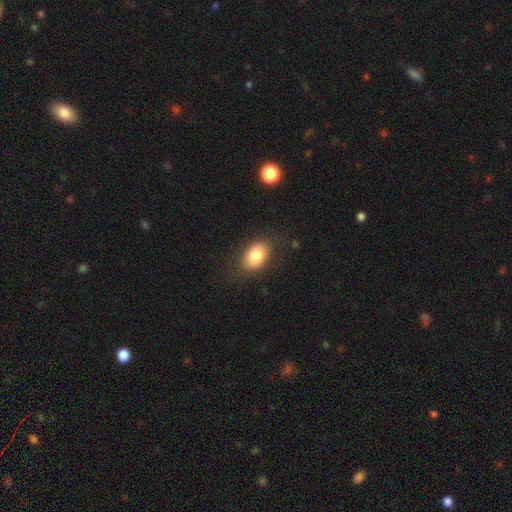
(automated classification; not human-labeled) smooth 81%, featured or disk 11%, star or artifact 8%. Down the decision tree: how rounded — in between (87%); merging — none (82%).